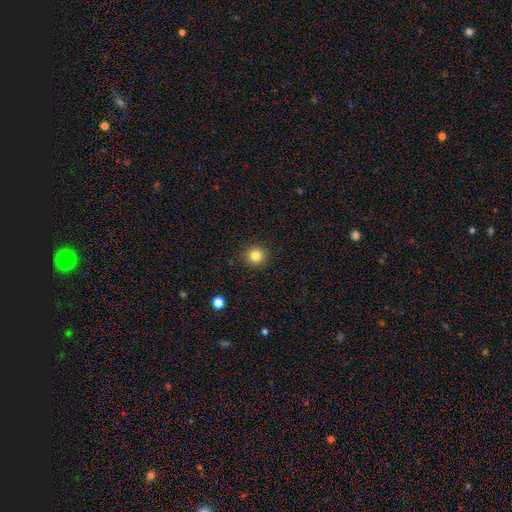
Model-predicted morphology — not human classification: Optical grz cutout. It shows a smooth galaxy with no disk features (82%) that is round (94%). Merging: none (92%).